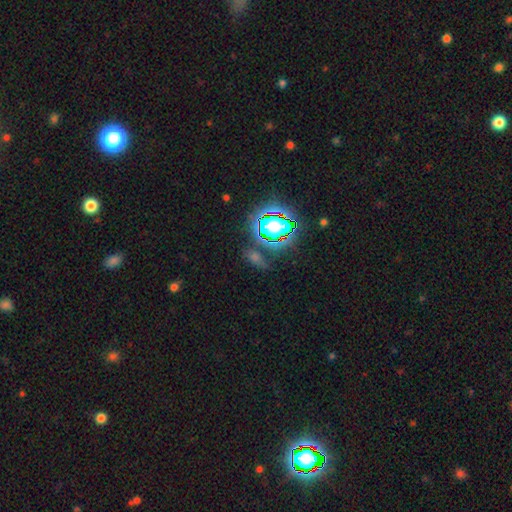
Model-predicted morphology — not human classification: type=star or artifact (63%).